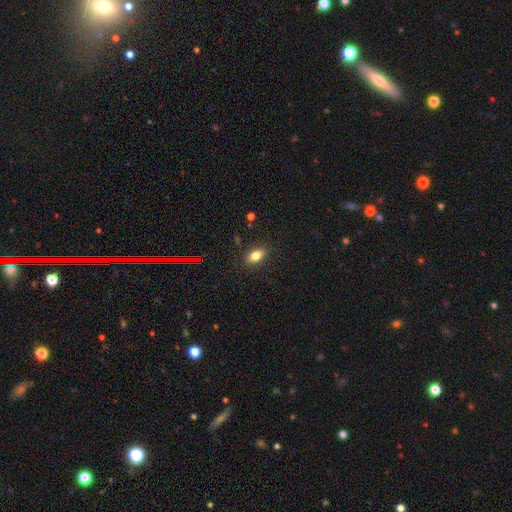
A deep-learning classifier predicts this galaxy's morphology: Smooth or featured? smooth (79%)
How rounded? in between (84%)
Merging? none (86%)